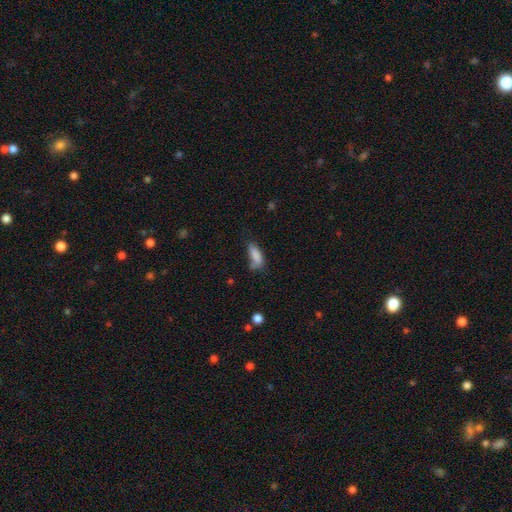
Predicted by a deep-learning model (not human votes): Smooth or featured? smooth (83%)
How rounded? in between (68%)
Merging? none (45%)